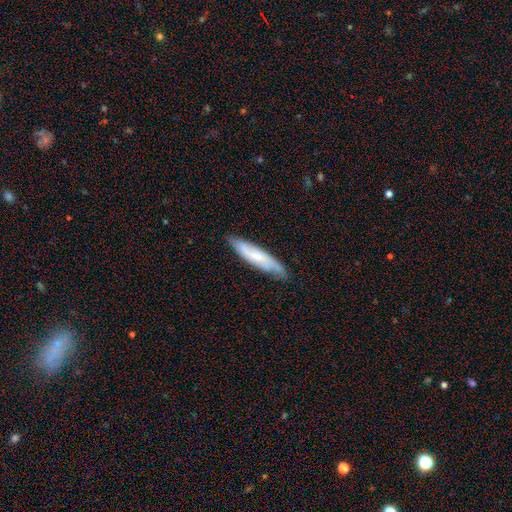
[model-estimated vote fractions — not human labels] Overall: featured or disk (50%; smooth 44%). Merging: none (81%).